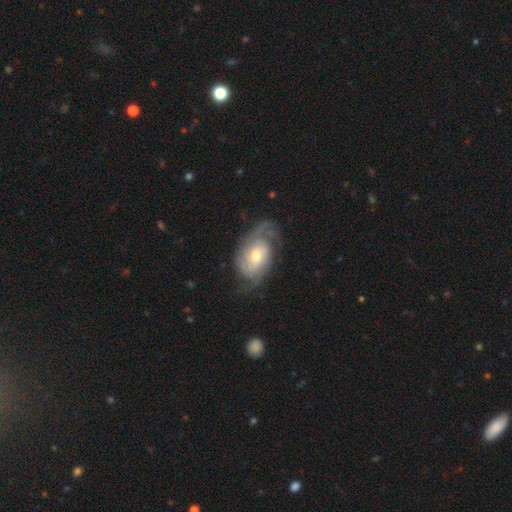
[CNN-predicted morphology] This appears to be a featured or disk galaxy (79%) with no bar (65%), 2 (55%) tight (41%) spiral arms (93%) and a moderate central bulge (61%). Merging: none (61%).